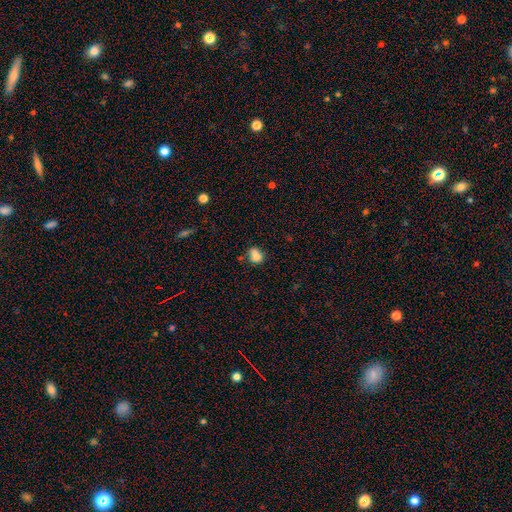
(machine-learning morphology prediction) Q: Smooth or featured?
A: smooth (74%); runner-up: featured or disk (14%)
Q: How rounded?
A: in between (52%); runner-up: round (47%)
Q: Merging?
A: merger (40%); runner-up: none (38%)